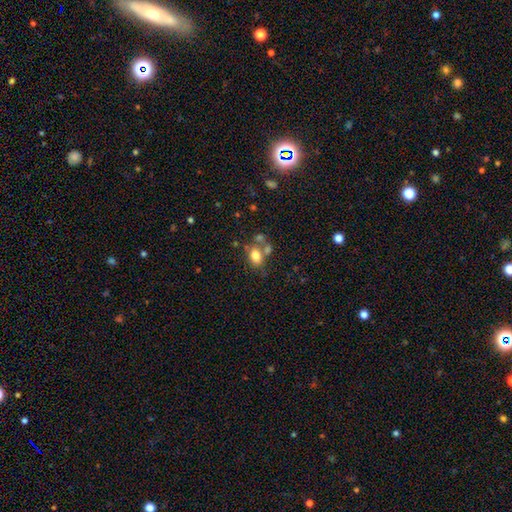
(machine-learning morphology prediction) Smooth or featured: smooth — 75% (featured or disk — 14%)
How rounded: in between — 75% (round — 23%)
Merging: none — 50% (merger — 29%)